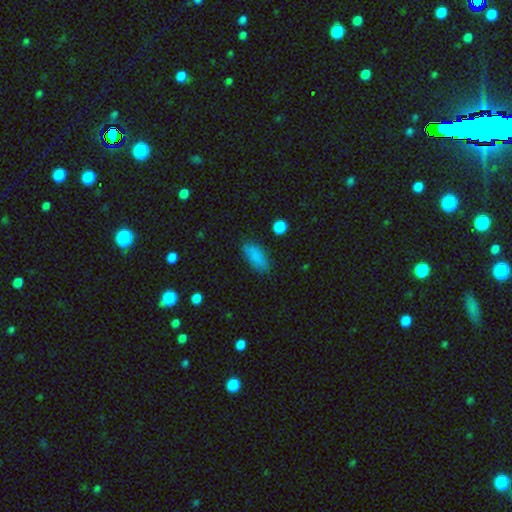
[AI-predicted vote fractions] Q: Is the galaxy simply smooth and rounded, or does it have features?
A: smooth — 85%.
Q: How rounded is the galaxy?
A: in between — 82%.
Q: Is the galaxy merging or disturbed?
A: none — 78%.